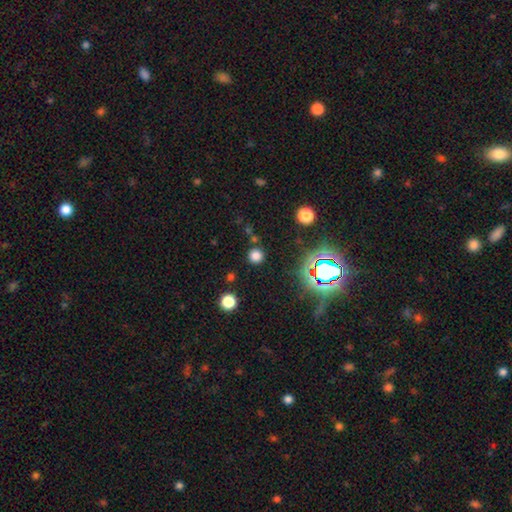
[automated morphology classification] Q: Smooth or featured?
A: smooth (74%); runner-up: star or artifact (21%)
Q: How rounded?
A: round (94%); runner-up: in between (5%)
Q: Merging?
A: none (87%); runner-up: minor disturbance (6%)